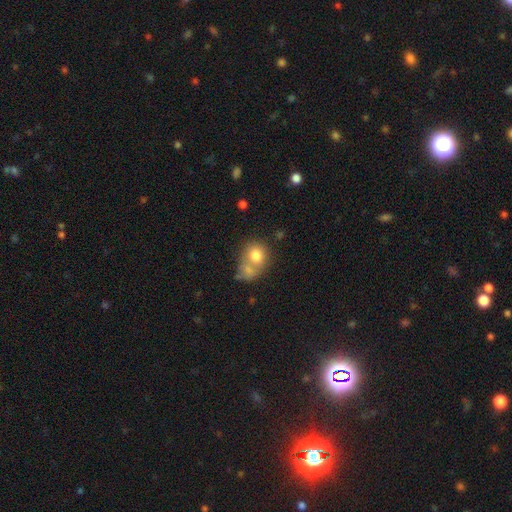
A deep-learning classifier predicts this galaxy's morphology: This is likely a smooth galaxy (76%). How rounded: likely round (66%). Merging: possibly merger (53%).